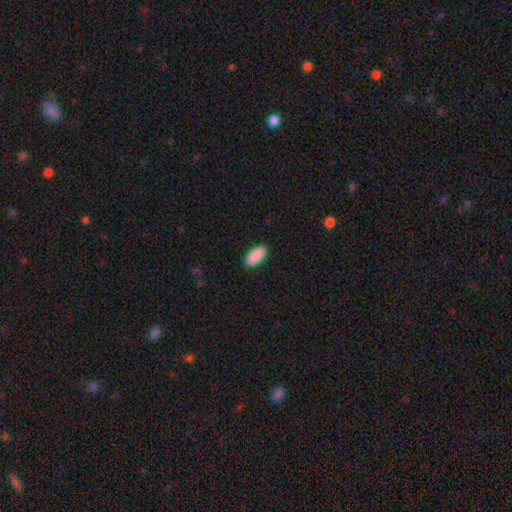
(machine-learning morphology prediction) Smooth or featured: smooth — 91% (star or artifact — 6%)
How rounded: in between — 93% (cigar-shaped — 6%)
Merging: none — 90% (minor disturbance — 7%)